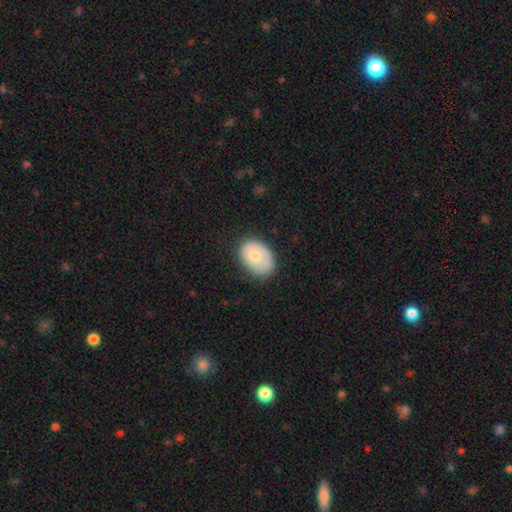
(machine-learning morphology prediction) This appears to be a smooth galaxy with no disk features (70%) that is in between round and cigar-shaped (73%). Merging: none (67%).